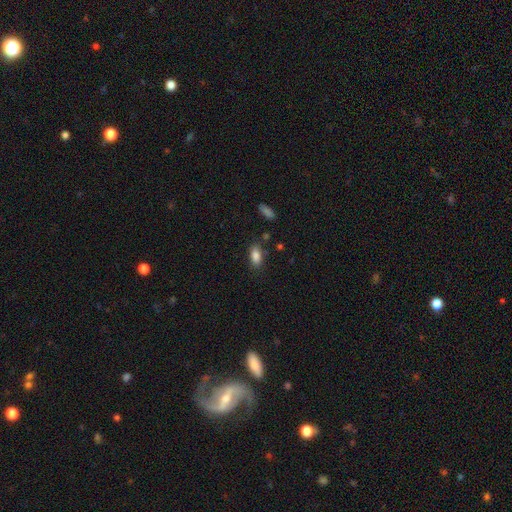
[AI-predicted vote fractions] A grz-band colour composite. It shows a smooth galaxy with no disk features (85%) that is in between round and cigar-shaped (88%). Merging: none (78%).